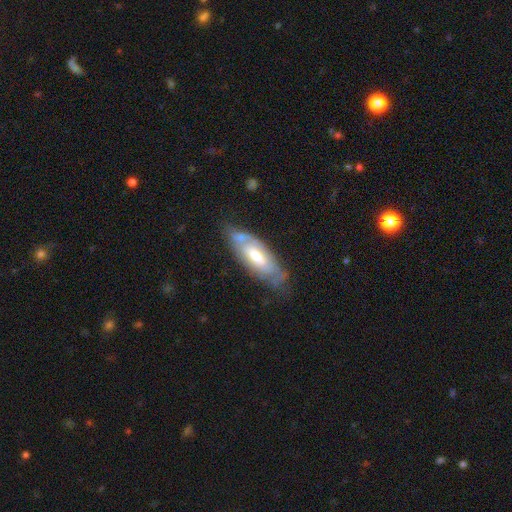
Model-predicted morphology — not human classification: A featured or disk galaxy (60%).

Vote fractions:
- Smooth or featured? featured or disk: 60% / smooth: 33% / star or artifact: 6%
- Edge-on disk? no: 73% / yes: 27%
- Merging? none: 63% / minor disturbance: 25% / major disturbance: 8% / merger: 4%